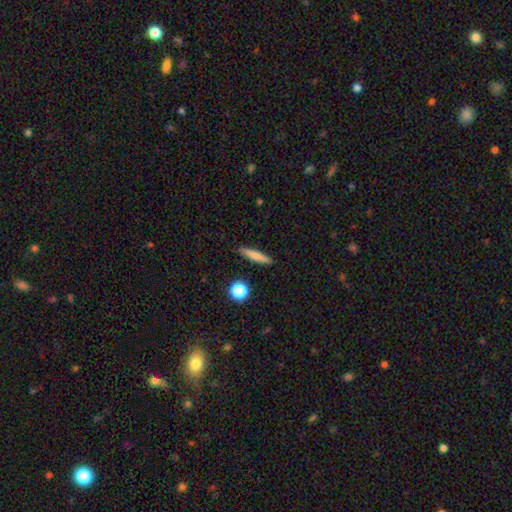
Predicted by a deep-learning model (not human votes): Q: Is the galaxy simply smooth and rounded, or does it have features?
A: smooth — 73%.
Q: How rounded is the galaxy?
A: cigar-shaped — 88%.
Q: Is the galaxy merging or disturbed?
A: none — 90%.